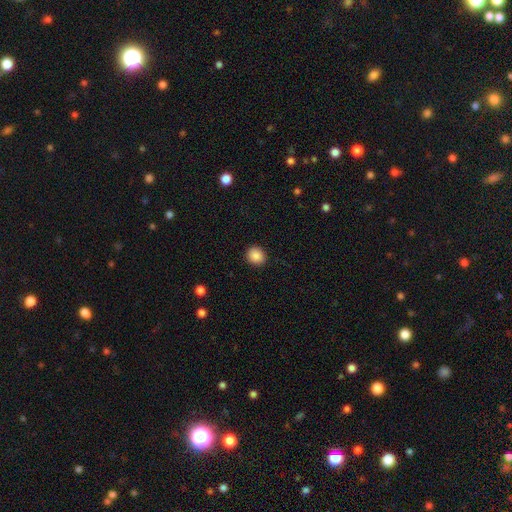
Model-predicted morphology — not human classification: smooth_or_featured: smooth (p=0.88) [alt: star or artifact p=0.09]
how_rounded: round (p=0.83) [alt: in between p=0.16]
merging: none (p=0.91) [alt: minor disturbance p=0.06]